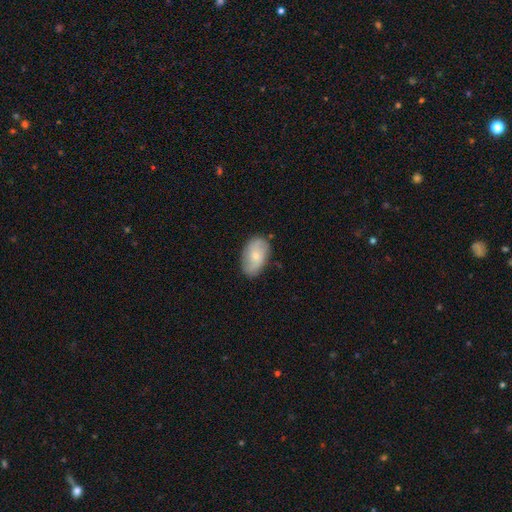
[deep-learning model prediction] The model was most divided on "smooth or featured": smooth: 57%, featured or disk: 36%, star or artifact: 6%. More confident: how rounded — in between (90%); merging — none (78%).